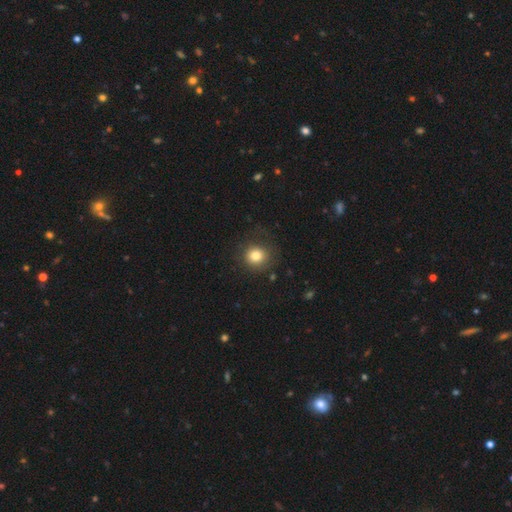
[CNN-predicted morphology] A smooth galaxy with no disk features (80%) that is round (88%). Merging: none (79%).